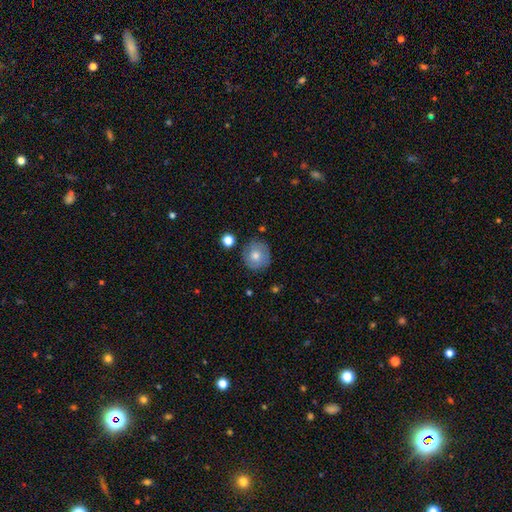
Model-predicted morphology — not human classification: A smooth galaxy with no disk features (67%) that is round (90%).

Vote fractions:
- Smooth or featured? smooth: 67% / featured or disk: 24% / star or artifact: 9%
- How rounded? round: 90% / in between: 9% / cigar-shaped: 1%
- Merging? none: 82% / minor disturbance: 12% / major disturbance: 3% / merger: 3%